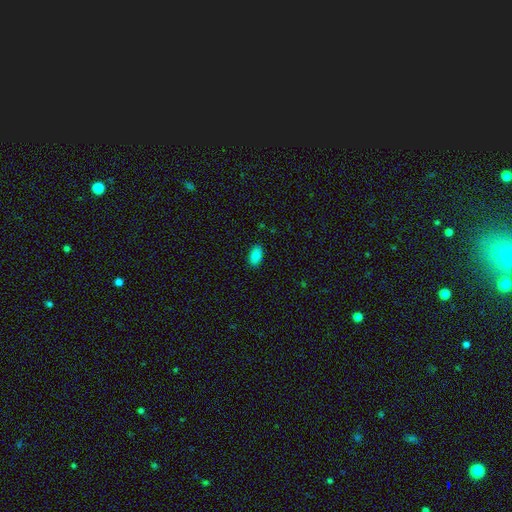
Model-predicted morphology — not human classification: This is clearly a smooth galaxy (88%). How rounded: clearly in between (94%). Merging: clearly none (88%).